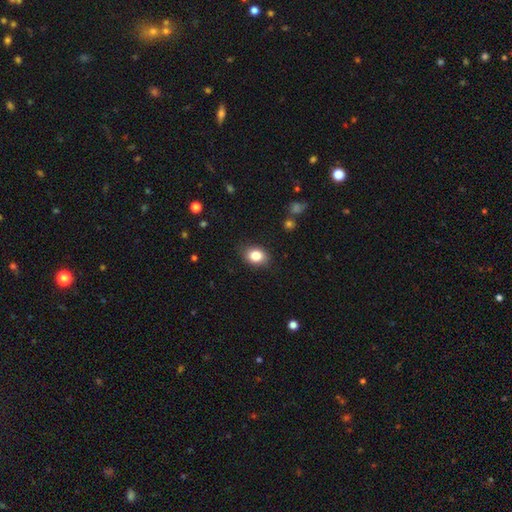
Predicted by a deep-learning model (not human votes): smooth 84%, star or artifact 9%, featured or disk 7%. Down the decision tree: how rounded — in between (63%); merging — none (85%).